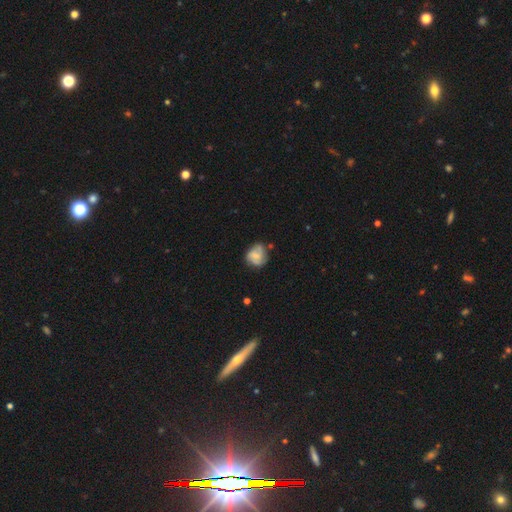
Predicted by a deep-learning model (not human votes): Smooth or featured: featured or disk — 52% (smooth — 41%)
Edge-on disk: no — 98% (yes — 2%)
Bar: no — 62% (weak — 32%)
Spiral arms: yes — 81% (no — 19%)
Bulge size: small — 49% (moderate — 33%)
Merging: none — 58% (minor disturbance — 27%)